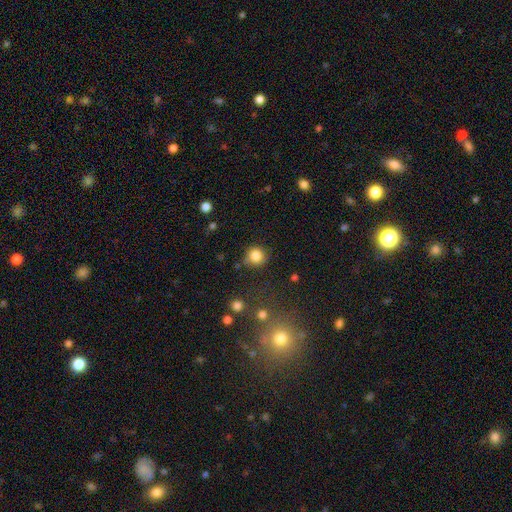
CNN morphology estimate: This appears to be a smooth galaxy with no disk features (83%) that is round (91%). Merging: none (80%).